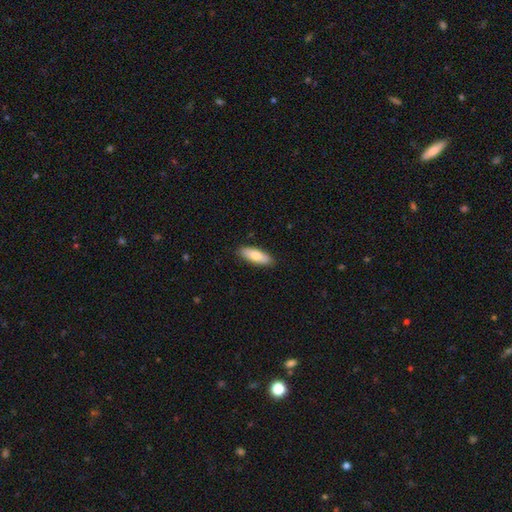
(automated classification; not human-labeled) This is likely a smooth galaxy (74%). How rounded: likely in between (62%). Merging: clearly none (89%).